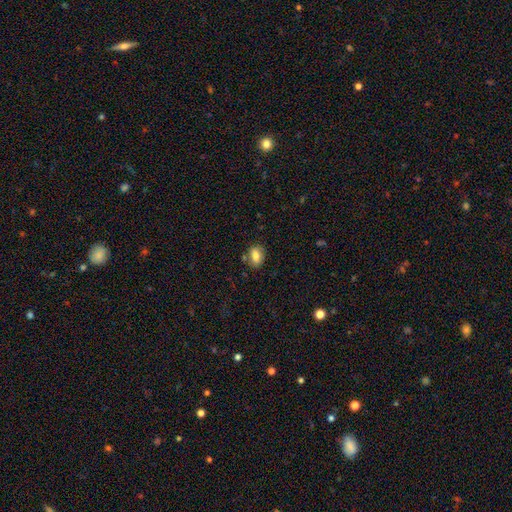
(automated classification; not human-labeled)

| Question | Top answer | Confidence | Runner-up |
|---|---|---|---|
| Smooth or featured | smooth | 80% | featured or disk (12%) |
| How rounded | in between | 81% | round (17%) |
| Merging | none | 76% | minor disturbance (14%) |